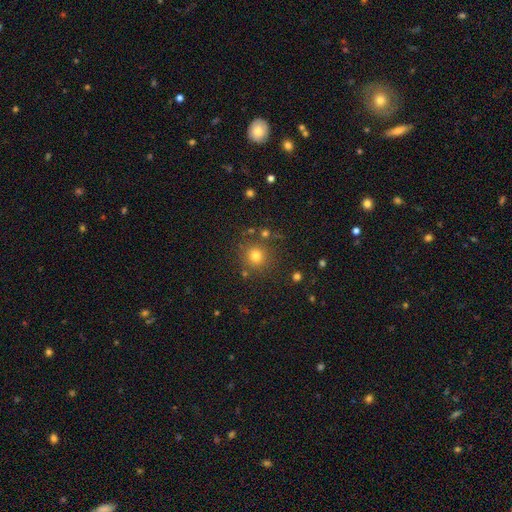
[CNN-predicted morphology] This appears to be a smooth galaxy with no disk features (77%) that is round (93%). Merging: none (83%).